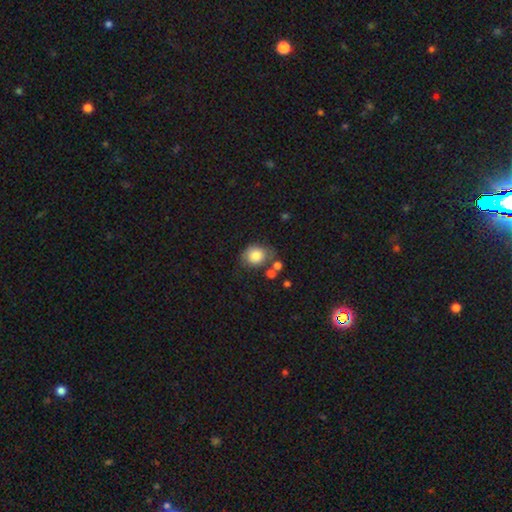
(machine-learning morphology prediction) Overall: smooth (82%). How rounded: round (68%; in between 31%). Merging: none (59%; minor disturbance 21%).